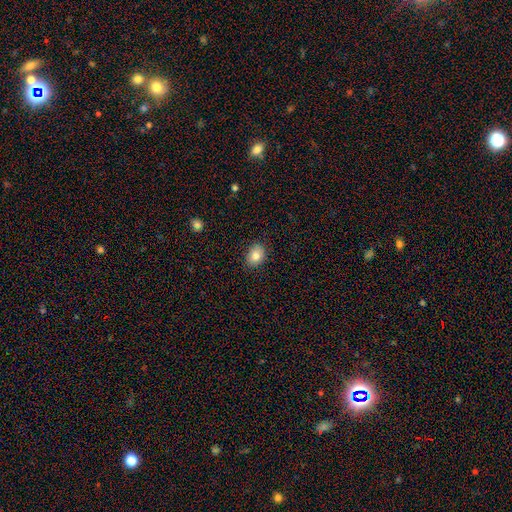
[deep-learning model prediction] Q: Smooth or featured?
A: smooth (82%); runner-up: star or artifact (9%)
Q: How rounded?
A: in between (58%); runner-up: round (41%)
Q: Merging?
A: none (86%); runner-up: minor disturbance (11%)